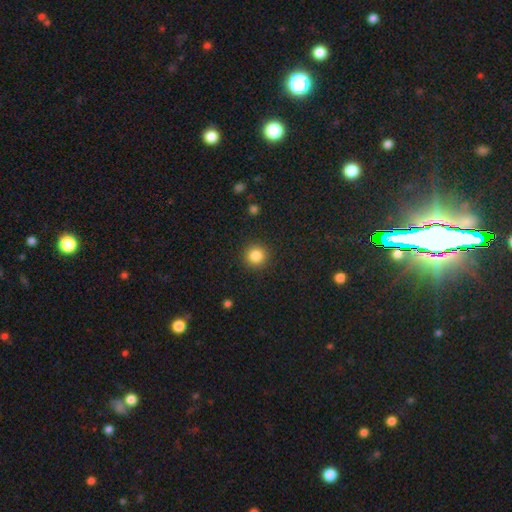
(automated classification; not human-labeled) A smooth galaxy with no disk features (84%) that is round (94%).

Vote fractions:
- Smooth or featured? smooth: 84% / star or artifact: 11% / featured or disk: 4%
- How rounded? round: 94% / in between: 5% / cigar-shaped: 1%
- Merging? none: 91% / minor disturbance: 6% / major disturbance: 2% / merger: 1%